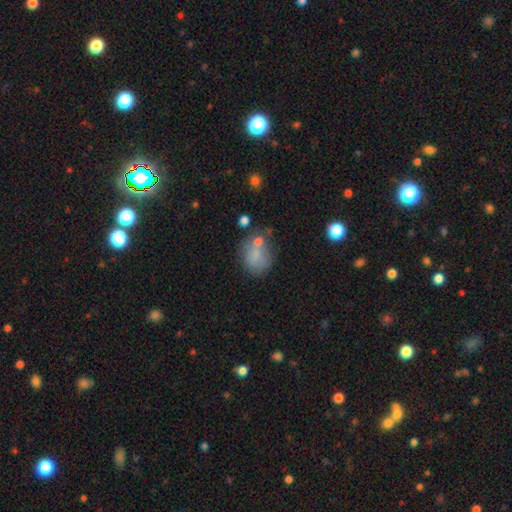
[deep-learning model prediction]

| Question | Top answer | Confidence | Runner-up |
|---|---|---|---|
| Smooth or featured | smooth | 72% | featured or disk (16%) |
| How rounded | round | 59% | in between (40%) |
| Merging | none | 49% | minor disturbance (21%) |